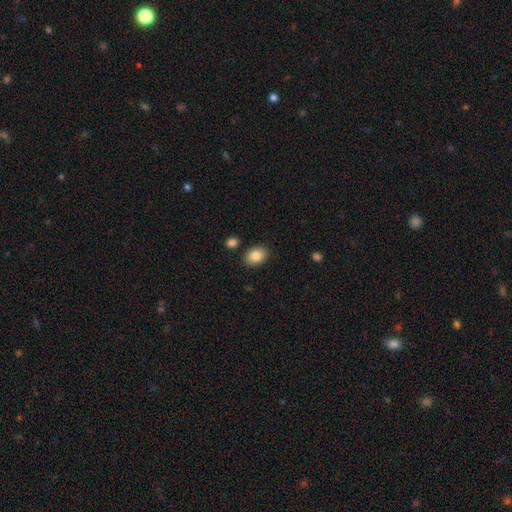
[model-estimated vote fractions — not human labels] This is clearly a smooth galaxy (85%). How rounded: likely in between (77%). Merging: clearly none (87%).